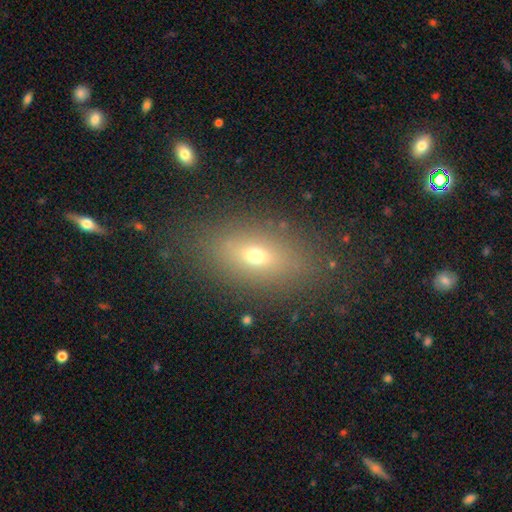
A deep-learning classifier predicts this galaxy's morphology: Q: Smooth or featured?
A: smooth (61%); runner-up: featured or disk (23%)
Q: How rounded?
A: in between (77%); runner-up: cigar-shaped (12%)
Q: Merging?
A: none (83%); runner-up: minor disturbance (10%)